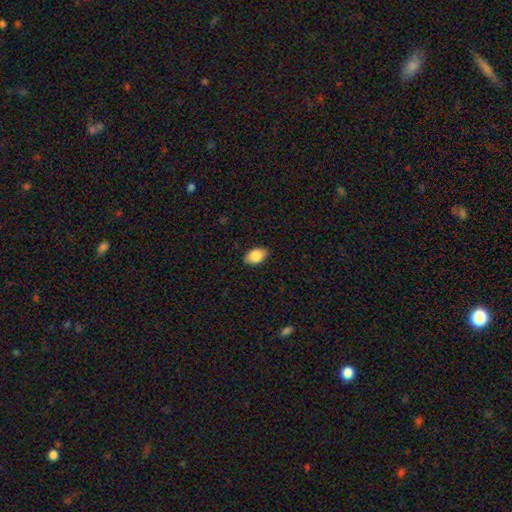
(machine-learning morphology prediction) The model was most divided on "merging": none: 87%, minor disturbance: 10%, major disturbance: 2%, merger: 1%. More confident: how rounded — in between (89%); smooth or featured — smooth (87%).